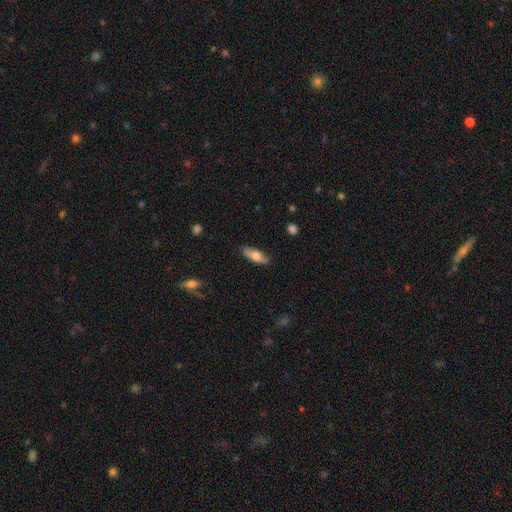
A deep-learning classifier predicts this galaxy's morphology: Smooth or featured: smooth — 65% (featured or disk — 29%)
How rounded: in between — 62% (cigar-shaped — 35%)
Merging: none — 84% (minor disturbance — 12%)